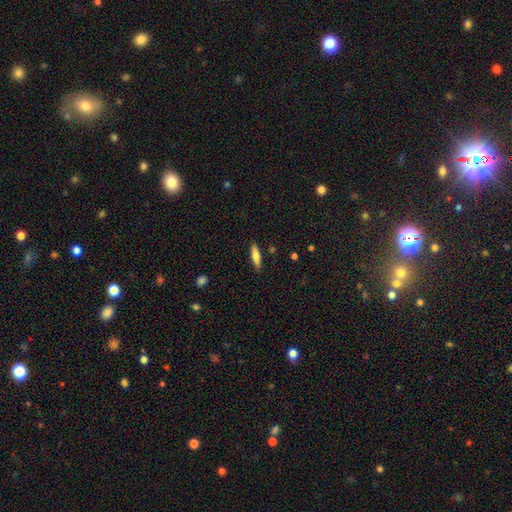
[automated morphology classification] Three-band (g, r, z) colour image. It shows a smooth galaxy with no disk features (72%) that is cigar-shaped (70%). Merging: none (88%).